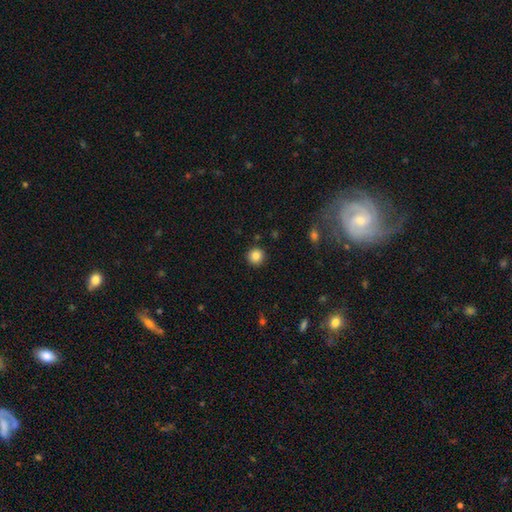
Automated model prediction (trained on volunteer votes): The model was most divided on "smooth or featured": smooth: 86%, star or artifact: 10%, featured or disk: 4%. More confident: how rounded — round (94%); merging — none (91%).